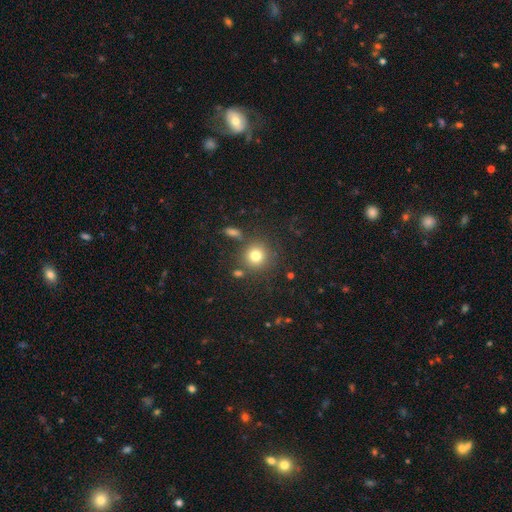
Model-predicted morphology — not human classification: smooth_or_featured: smooth (p=0.78) [alt: star or artifact p=0.13]
how_rounded: round (p=0.93) [alt: in between p=0.07]
merging: none (p=0.81) [alt: minor disturbance p=0.09]